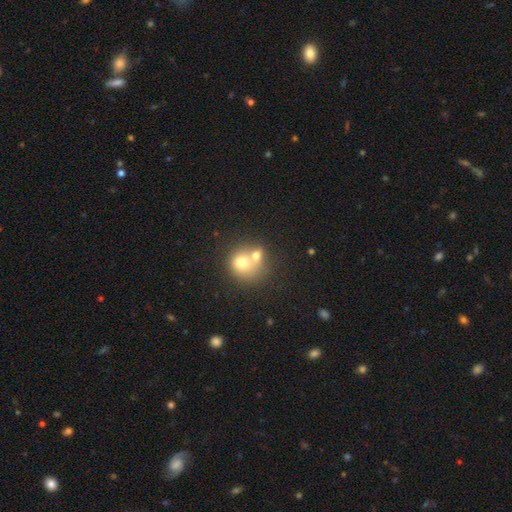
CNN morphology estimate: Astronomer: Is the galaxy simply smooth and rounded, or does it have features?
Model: smooth — 67%.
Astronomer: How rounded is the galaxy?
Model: round — 79%.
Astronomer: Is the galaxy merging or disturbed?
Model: merger — 59%.